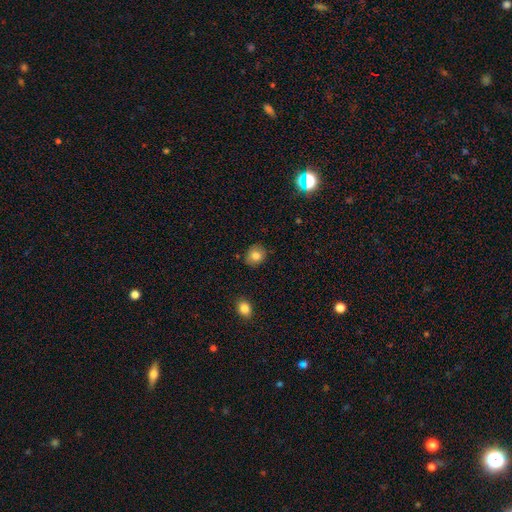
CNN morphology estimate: Overall: smooth (80%). How rounded: round (70%). Merging: none (85%).